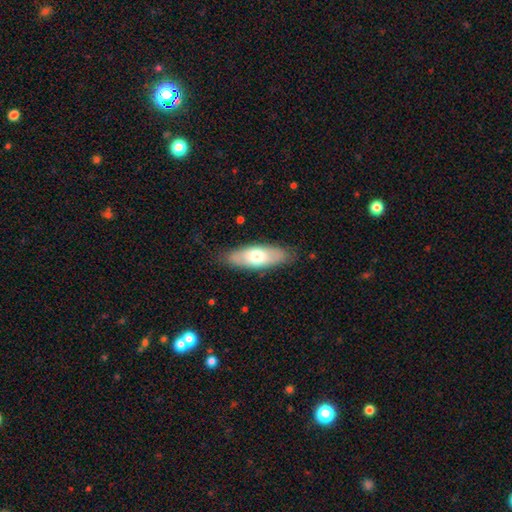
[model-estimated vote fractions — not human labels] Smooth or featured? smooth (62%)
How rounded? in between (71%)
Merging? none (83%)